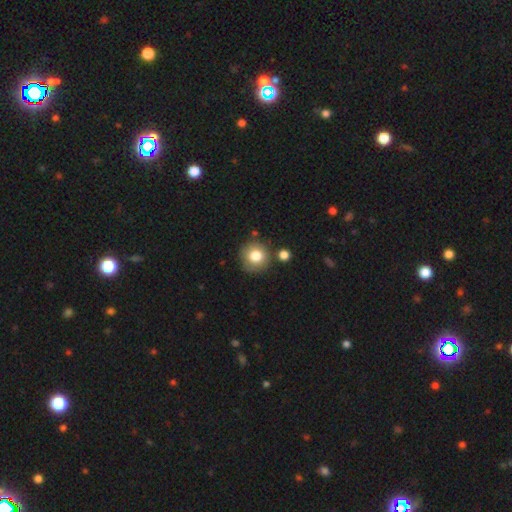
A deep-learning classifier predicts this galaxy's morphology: smooth 78%, featured or disk 12%, star or artifact 10%. Down the decision tree: how rounded — round (92%); merging — none (79%).